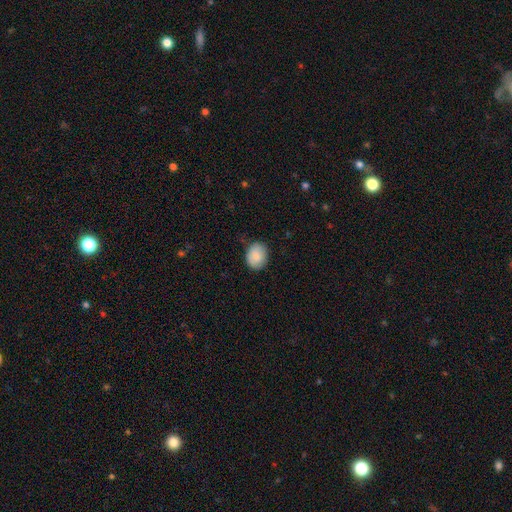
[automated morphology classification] This is clearly a smooth galaxy (86%). How rounded: possibly in between (54%). Merging: likely none (79%).